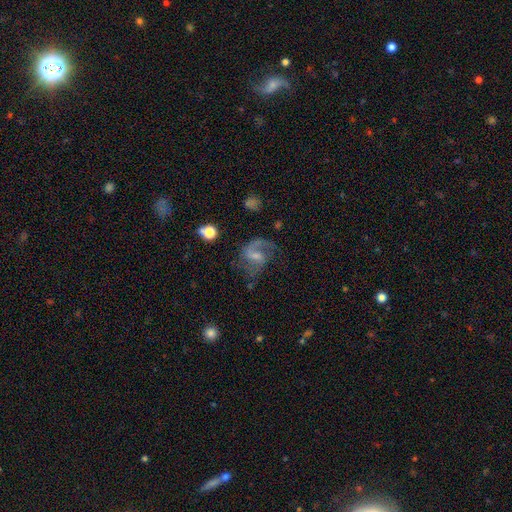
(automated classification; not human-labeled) Smooth or featured? Predicted: featured or disk (p=0.81). Edge-on disk? Predicted: no (p=0.97). Bar? Predicted: weak (p=0.54). Spiral arms? Predicted: yes (p=0.94). Spiral winding? Predicted: medium (p=0.49). Spiral arm count? Predicted: 2 (p=0.74). Bulge size? Predicted: small (p=0.48). Merging? Predicted: none (p=0.61).